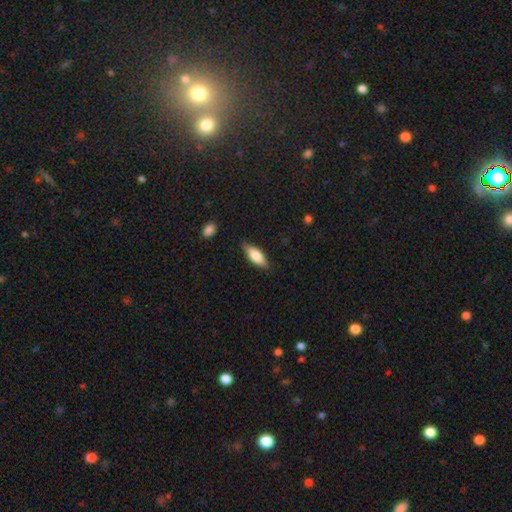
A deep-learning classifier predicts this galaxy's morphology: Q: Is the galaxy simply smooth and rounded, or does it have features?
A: smooth — 77%.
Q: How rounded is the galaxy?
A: in between — 71%.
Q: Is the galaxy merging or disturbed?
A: none — 82%.